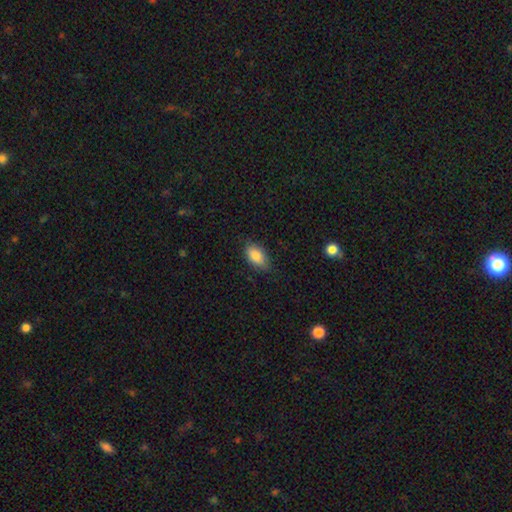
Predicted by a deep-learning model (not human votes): smooth-or-featured: smooth: 85% | featured or disk: 8% | star or artifact: 7%
  how-rounded: in between: 91% | round: 5% | cigar-shaped: 3%
  merging: none: 77% | minor disturbance: 19% | major disturbance: 3% | merger: 1%